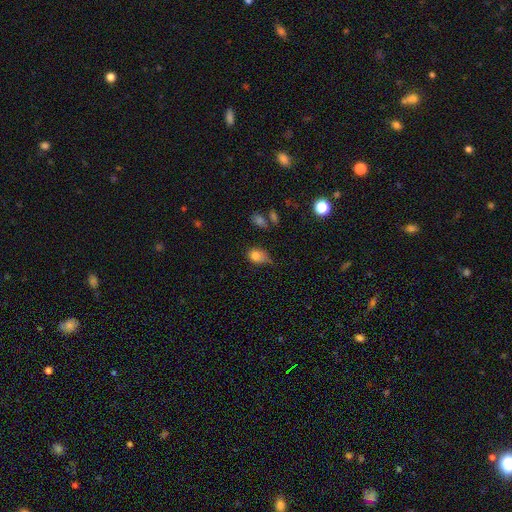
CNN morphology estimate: This is likely a smooth galaxy (80%). How rounded: likely in between (60%). Merging: marginally minor disturbance (42%).